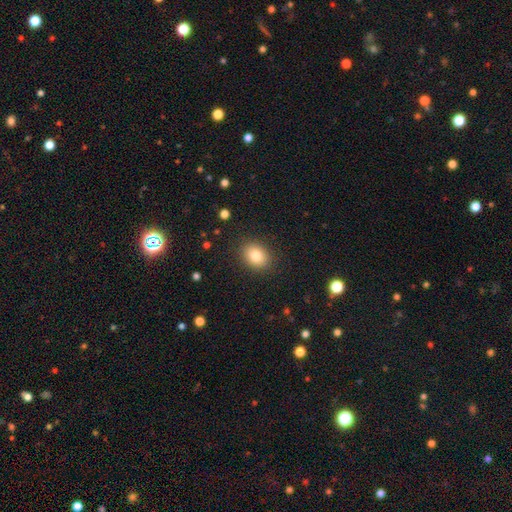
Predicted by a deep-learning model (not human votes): This appears to be a smooth galaxy with no disk features (83%) that is in between round and cigar-shaped (53%). Merging: none (87%).